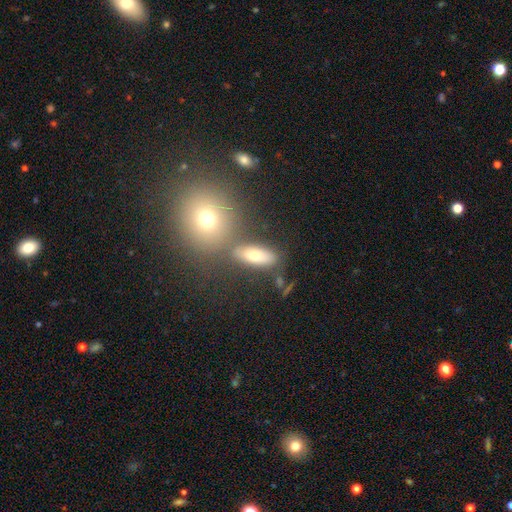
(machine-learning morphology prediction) This appears to be a smooth galaxy with no disk features (70%) that is in between round and cigar-shaped (69%). Merging: none (72%).